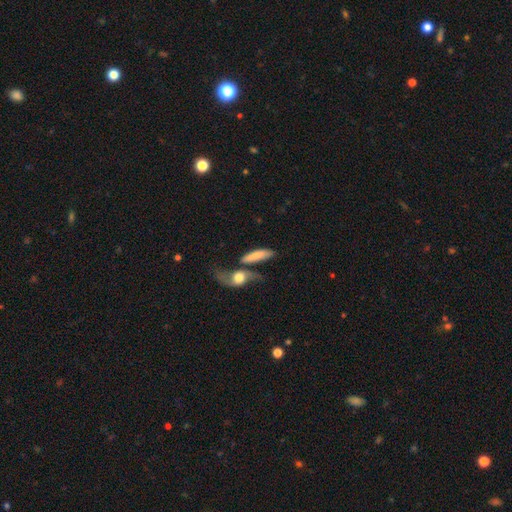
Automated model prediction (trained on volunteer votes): Morphology: type=smooth (65%); roundness=cigar-shaped (57%); merging=merger (40%).